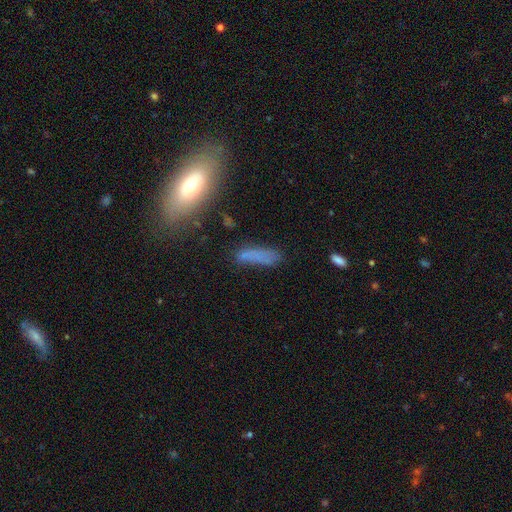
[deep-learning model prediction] Smooth or featured? Predicted: smooth (p=0.69). How rounded? Predicted: cigar-shaped (p=0.59). Merging? Predicted: none (p=0.58).